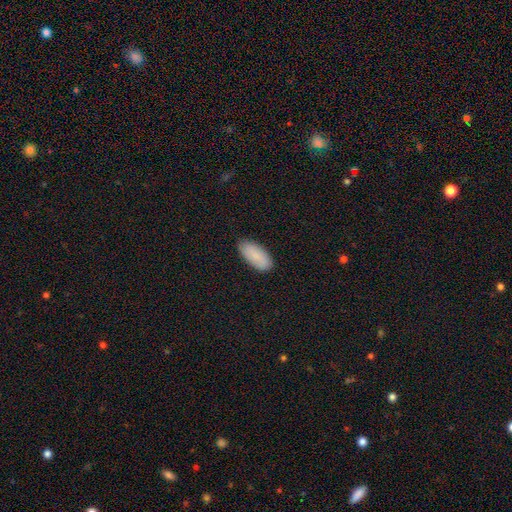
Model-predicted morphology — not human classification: Smooth or featured?
  - smooth: 85% *
  - featured or disk: 9%
  - star or artifact: 6%
How rounded?
  - in between: 90% *
  - cigar-shaped: 8%
  - round: 2%
Merging?
  - none: 86% *
  - minor disturbance: 11%
  - major disturbance: 2%
  - merger: 1%